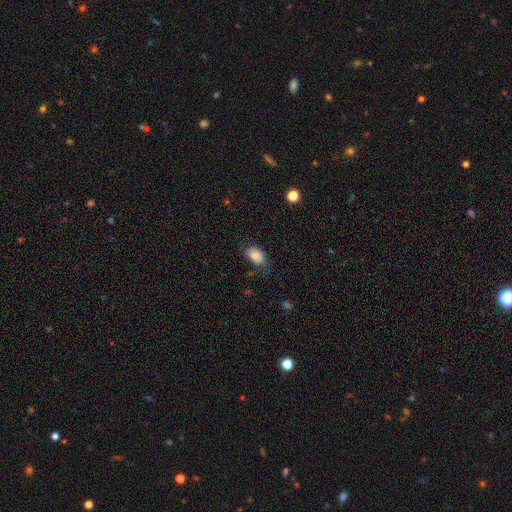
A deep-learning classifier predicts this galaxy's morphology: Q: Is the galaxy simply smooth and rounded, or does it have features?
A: smooth — 82%.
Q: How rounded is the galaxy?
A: in between — 88%.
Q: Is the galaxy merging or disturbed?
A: none — 69%.